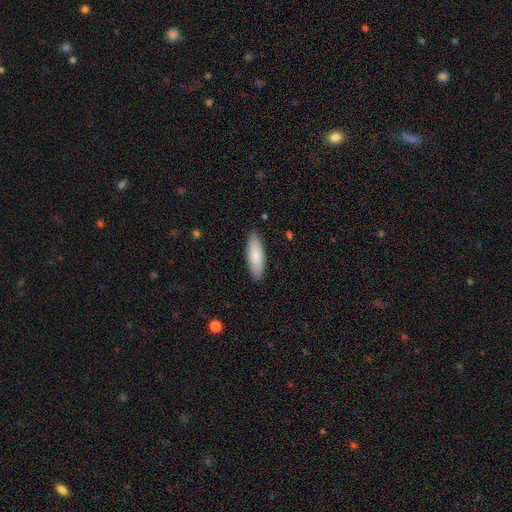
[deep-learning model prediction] This is clearly a smooth galaxy (83%). How rounded: possibly in between (57%). Merging: clearly none (88%).